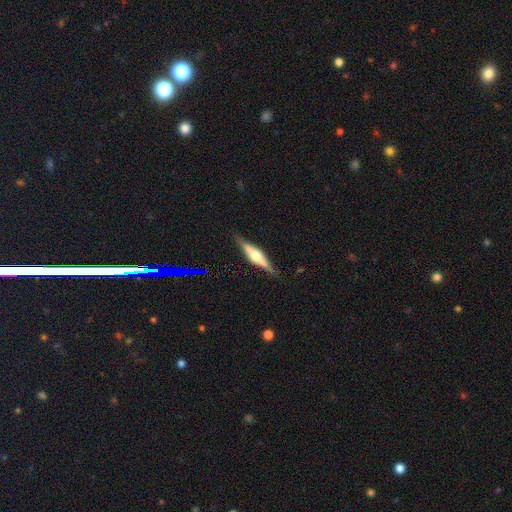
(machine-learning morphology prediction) Smooth or featured? featured or disk (68%)
Edge-on disk? yes (94%)
Edge-on bulge? rounded (79%)
Merging? none (84%)